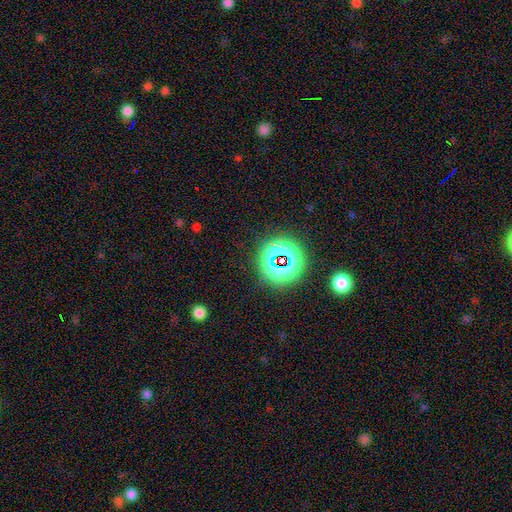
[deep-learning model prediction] A star or artifact, not a galaxy (79%).

Vote fractions:
- Smooth or featured? star or artifact: 79% / smooth: 14% / featured or disk: 7%